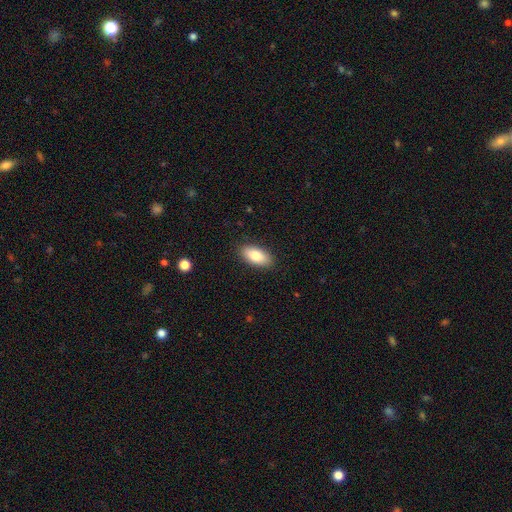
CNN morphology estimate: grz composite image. It shows a smooth galaxy with no disk features (82%) that is in between round and cigar-shaped (91%). Merging: none (88%).